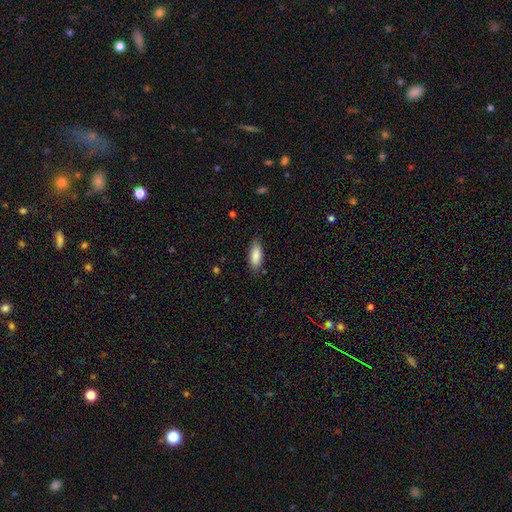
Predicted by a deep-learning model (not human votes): Smooth or featured? Predicted: smooth (p=0.87). How rounded? Predicted: in between (p=0.79). Merging? Predicted: none (p=0.80).